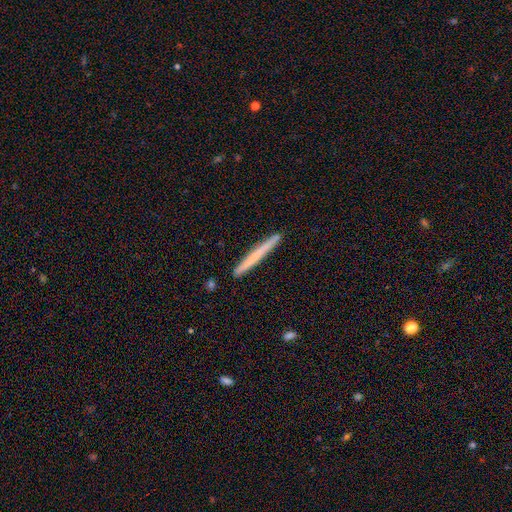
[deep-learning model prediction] Morphology: type=smooth (62%); roundness=cigar-shaped (97%); merging=none (92%).